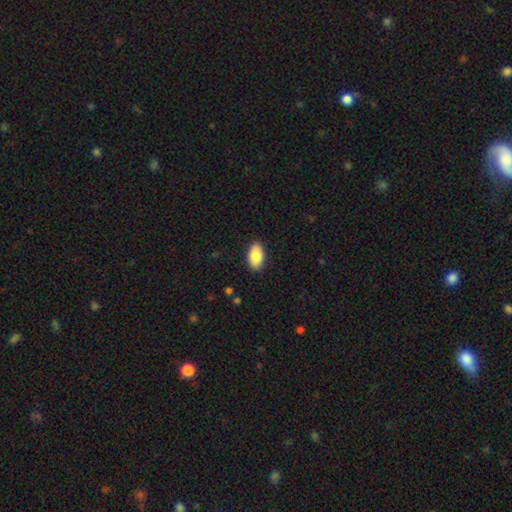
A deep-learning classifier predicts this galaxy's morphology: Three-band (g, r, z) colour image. It shows a smooth galaxy with no disk features (86%) that is in between round and cigar-shaped (94%). Merging: none (89%).